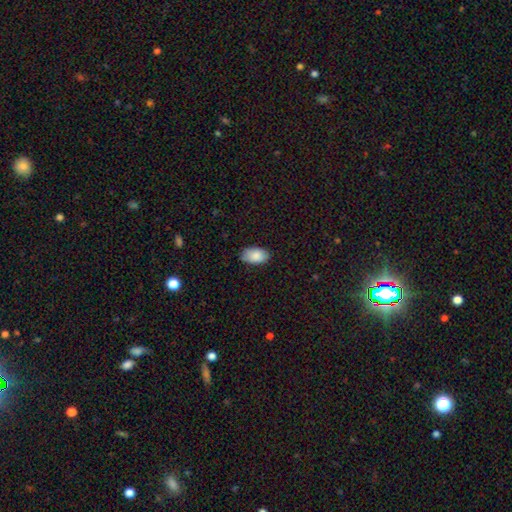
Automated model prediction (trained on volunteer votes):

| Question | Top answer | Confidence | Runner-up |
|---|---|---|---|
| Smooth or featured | smooth | 88% | star or artifact (6%) |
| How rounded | in between | 95% | round (4%) |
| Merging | none | 82% | minor disturbance (15%) |